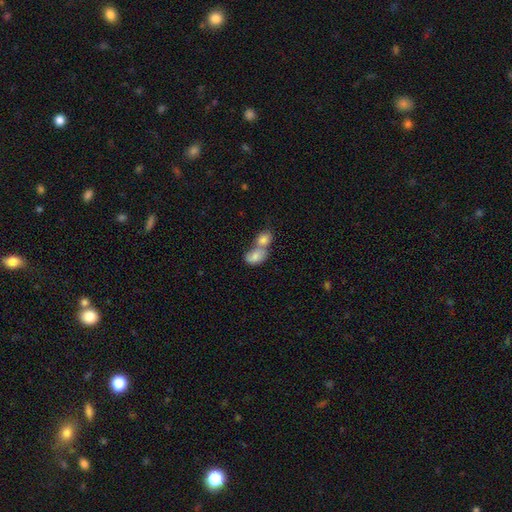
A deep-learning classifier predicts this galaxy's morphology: Smooth or featured? Predicted: smooth (p=0.79). How rounded? Predicted: in between (p=0.73). Merging? Predicted: merger (p=0.75).